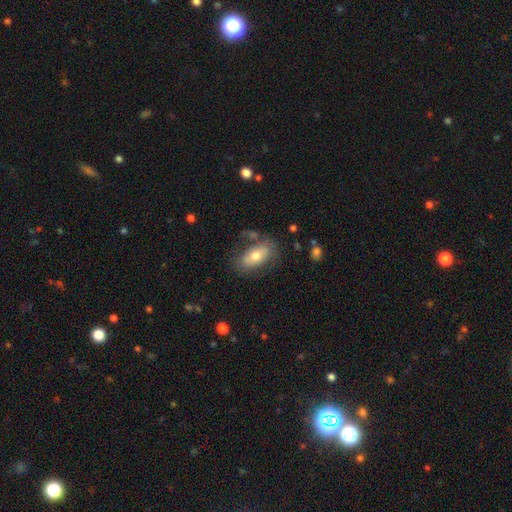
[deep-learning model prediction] smooth 61%, featured or disk 31%, star or artifact 7%. Down the decision tree: how rounded — in between (89%); merging — none (70%).